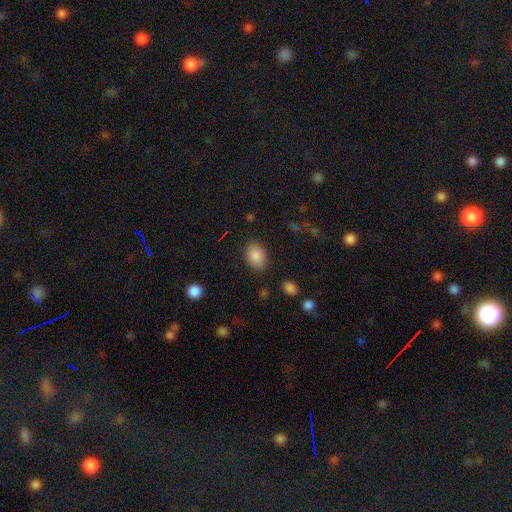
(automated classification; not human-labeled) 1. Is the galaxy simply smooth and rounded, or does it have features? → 86% smooth, 8% star or artifact, 6% featured or disk.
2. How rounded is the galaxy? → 70% in between, 29% round, 1% cigar-shaped.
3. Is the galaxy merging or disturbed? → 83% none, 12% minor disturbance, 4% major disturbance, 2% merger.